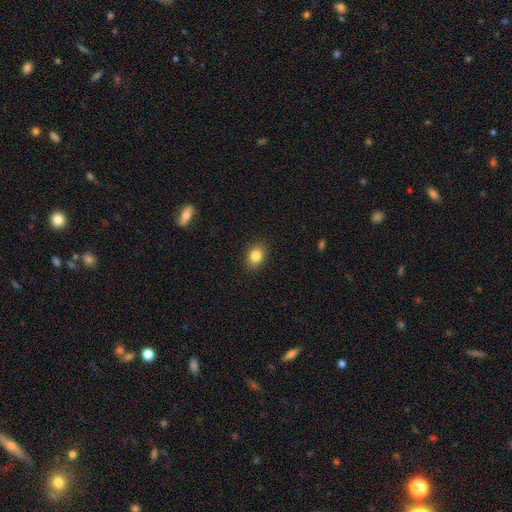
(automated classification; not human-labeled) This is clearly a smooth galaxy (84%). How rounded: likely in between (63%). Merging: clearly none (88%).